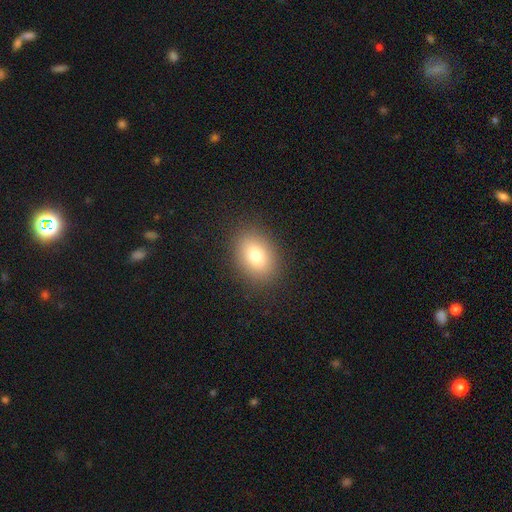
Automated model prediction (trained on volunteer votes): Overall: smooth (78%). How rounded: in between (75%). Merging: none (88%).